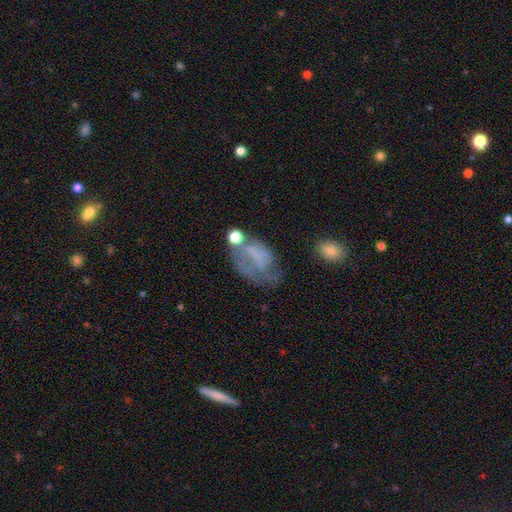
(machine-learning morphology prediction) This appears to be a featured or disk galaxy (49%). Merging: none (34%).